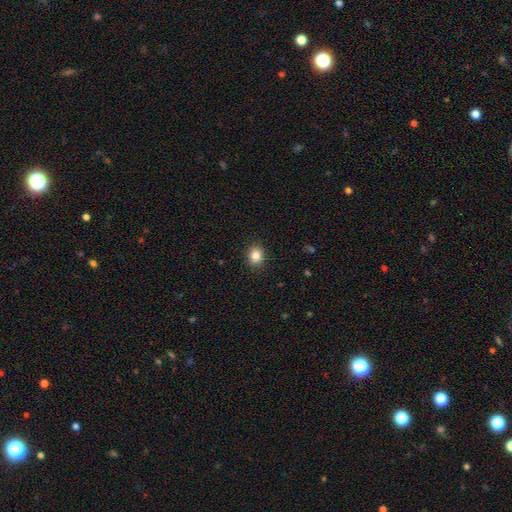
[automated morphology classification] type=smooth (84%); roundness=round (65%); merging=none (90%).